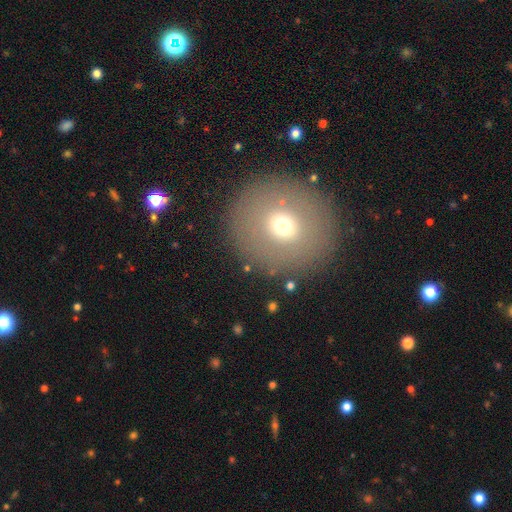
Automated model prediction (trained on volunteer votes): This is likely a smooth galaxy (66%). How rounded: clearly round (89%). Merging: clearly none (89%).